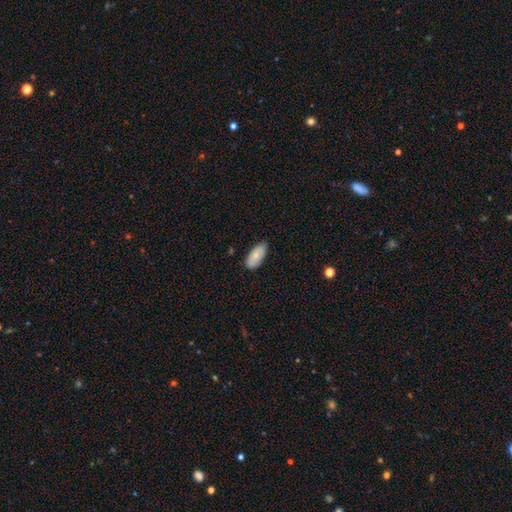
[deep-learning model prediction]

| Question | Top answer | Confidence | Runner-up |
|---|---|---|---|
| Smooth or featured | smooth | 76% | featured or disk (17%) |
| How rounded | in between | 92% | cigar-shaped (6%) |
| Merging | none | 74% | minor disturbance (22%) |